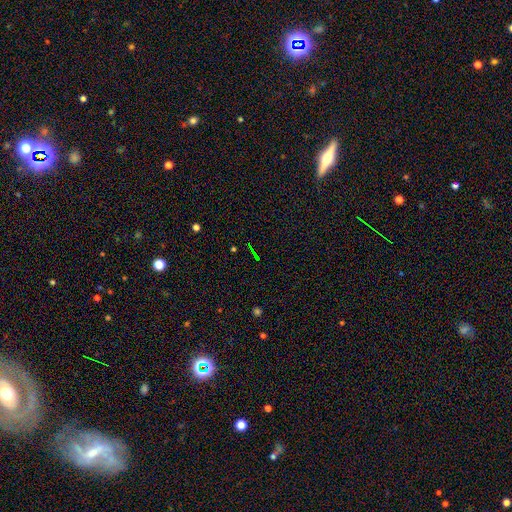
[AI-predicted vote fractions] Overall: star or artifact (69%).